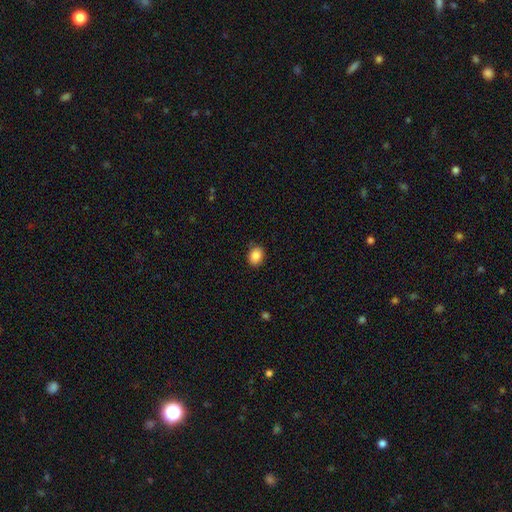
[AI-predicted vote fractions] Smooth or featured? smooth (88%)
How rounded? in between (58%)
Merging? none (86%)